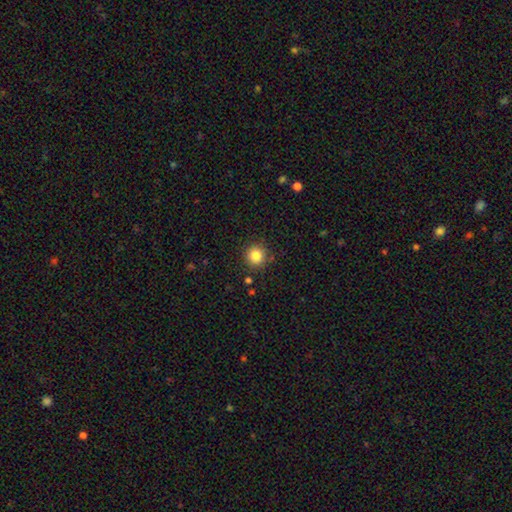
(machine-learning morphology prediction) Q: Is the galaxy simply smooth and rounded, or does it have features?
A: smooth — 84%.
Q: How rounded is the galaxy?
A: round — 93%.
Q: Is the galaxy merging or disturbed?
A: none — 88%.